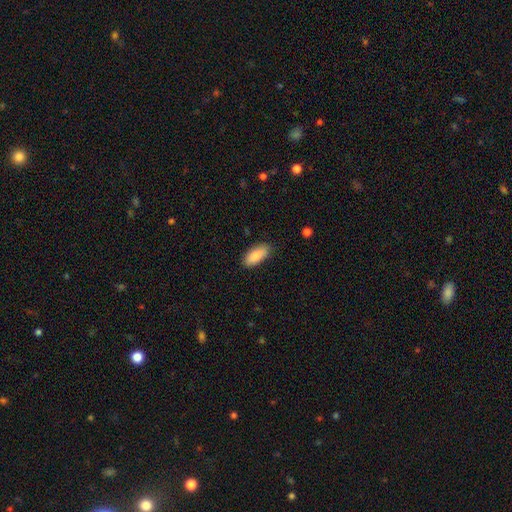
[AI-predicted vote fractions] smooth-or-featured: smooth: 85% | featured or disk: 9% | star or artifact: 6%
  how-rounded: in between: 87% | cigar-shaped: 11% | round: 2%
  merging: none: 84% | minor disturbance: 13% | major disturbance: 2% | merger: 1%